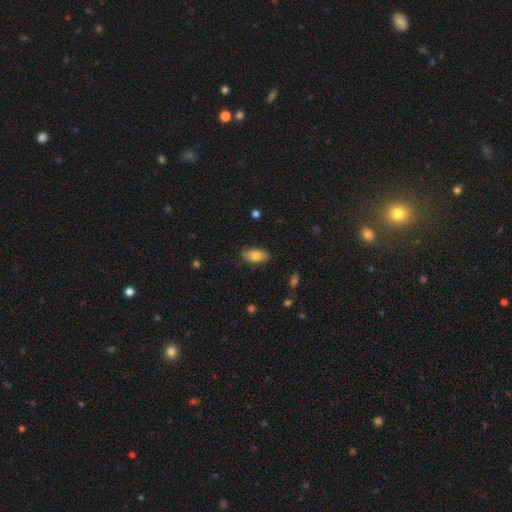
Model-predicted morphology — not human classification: Q: Smooth or featured?
A: smooth (78%); runner-up: featured or disk (15%)
Q: How rounded?
A: in between (89%); runner-up: cigar-shaped (8%)
Q: Merging?
A: none (82%); runner-up: minor disturbance (14%)